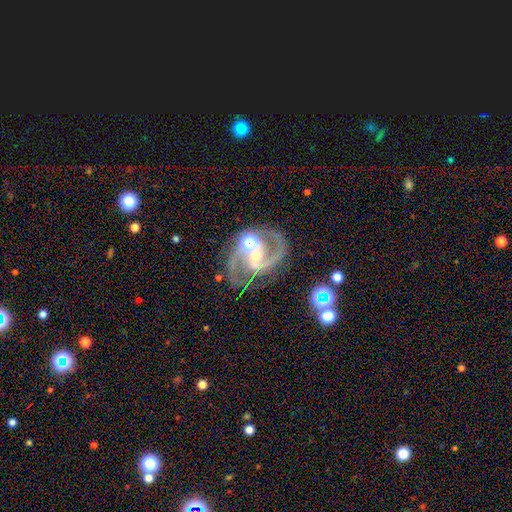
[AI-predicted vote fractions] Smooth or featured: featured or disk — 86% (star or artifact — 9%)
Edge-on disk: no — 98% (yes — 2%)
Bar: weak — 38% (strong — 32%)
Spiral arms: yes — 96% (no — 4%)
Spiral winding: medium — 61% (loose — 22%)
Spiral arm count: 2 — 91% (can't tell — 2%)
Bulge size: moderate — 54% (small — 33%)
Merging: none — 63% (minor disturbance — 16%)